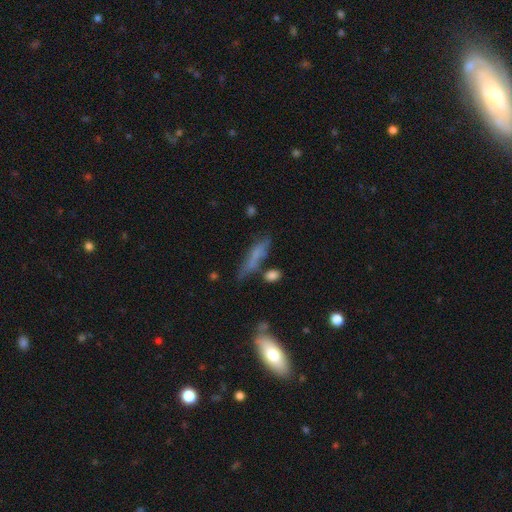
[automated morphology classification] Smooth or featured: smooth — 62% (featured or disk — 28%)
How rounded: cigar-shaped — 76% (in between — 21%)
Merging: none — 58% (minor disturbance — 24%)